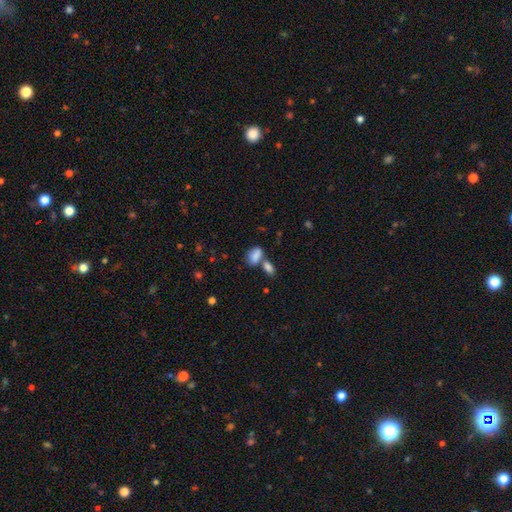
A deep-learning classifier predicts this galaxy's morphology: smooth 83%, featured or disk 9%, star or artifact 8%. Down the decision tree: how rounded — in between (90%); merging — merger (48%).